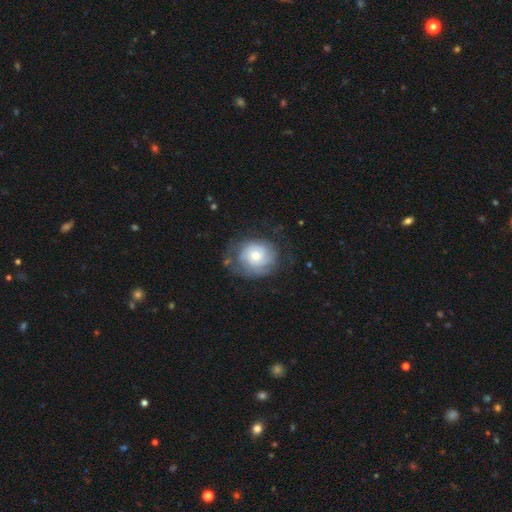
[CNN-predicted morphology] smooth-or-featured: featured or disk: 67% | smooth: 27% | star or artifact: 7%
  disk-edge-on: no: 98% | yes: 2%
    bar: no: 77% | weak: 20% | strong: 3%
    has-spiral-arms: yes: 88% | no: 12%
      spiral-winding: tight: 69% | medium: 23% | loose: 8%
      spiral-arm-count: can't tell: 45% | 2: 26% | 3: 15% | 4: 6% | 1: 5% | more than 4: 4%
    bulge-size: moderate: 57% | small: 34% | large: 6% | none: 1% | dominant: 1%
  merging: none: 65% | minor disturbance: 21% | major disturbance: 12% | merger: 2%